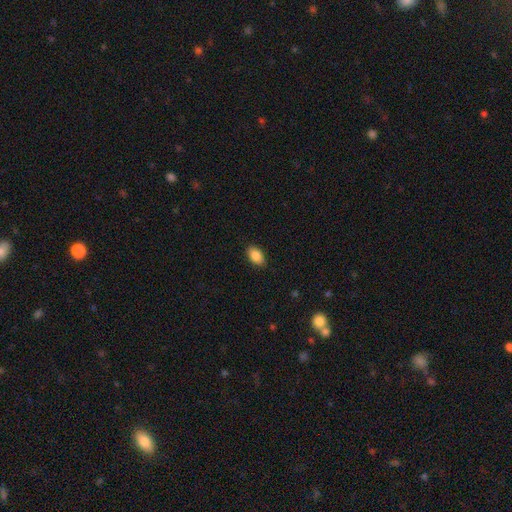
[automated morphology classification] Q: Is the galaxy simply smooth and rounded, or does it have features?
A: smooth — 87%.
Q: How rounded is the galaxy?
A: in between — 92%.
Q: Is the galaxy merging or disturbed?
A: none — 88%.